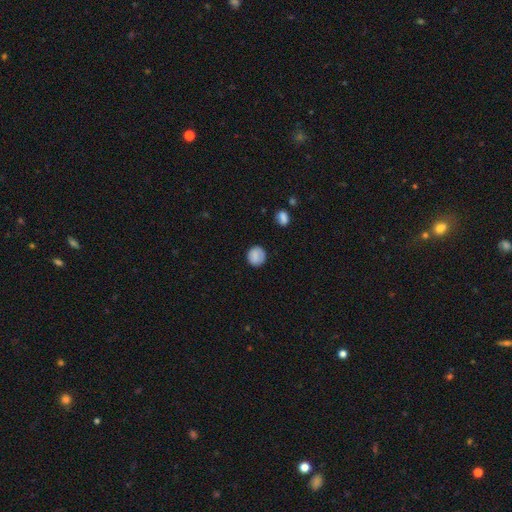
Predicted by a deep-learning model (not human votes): Q: Smooth or featured?
A: smooth (84%); runner-up: star or artifact (8%)
Q: How rounded?
A: round (90%); runner-up: in between (9%)
Q: Merging?
A: none (84%); runner-up: minor disturbance (12%)